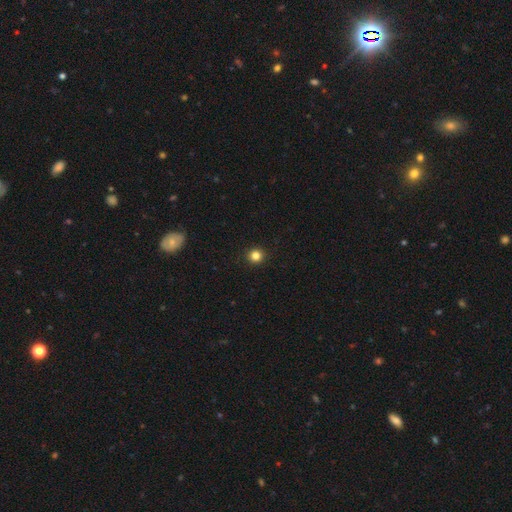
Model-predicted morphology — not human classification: Smooth or featured? smooth (83%)
How rounded? round (94%)
Merging? none (93%)